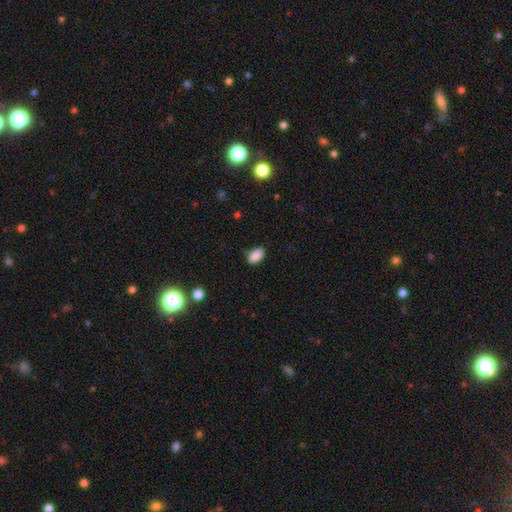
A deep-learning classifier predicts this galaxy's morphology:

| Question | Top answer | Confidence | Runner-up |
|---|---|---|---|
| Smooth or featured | smooth | 88% | star or artifact (8%) |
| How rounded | in between | 91% | round (7%) |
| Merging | none | 76% | minor disturbance (19%) |